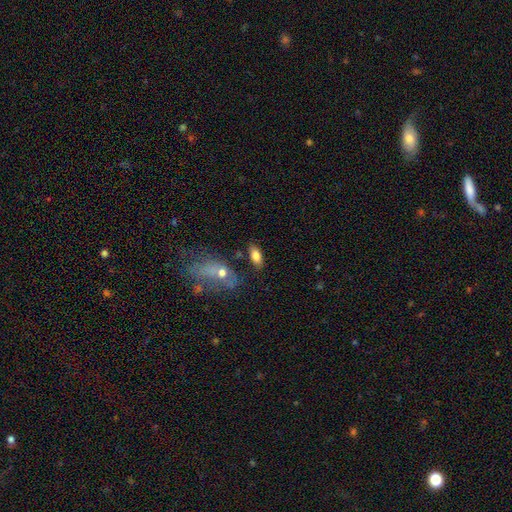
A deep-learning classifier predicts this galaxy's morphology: Smooth or featured: smooth — 78% (featured or disk — 14%)
How rounded: in between — 87% (cigar-shaped — 9%)
Merging: none — 75% (minor disturbance — 13%)